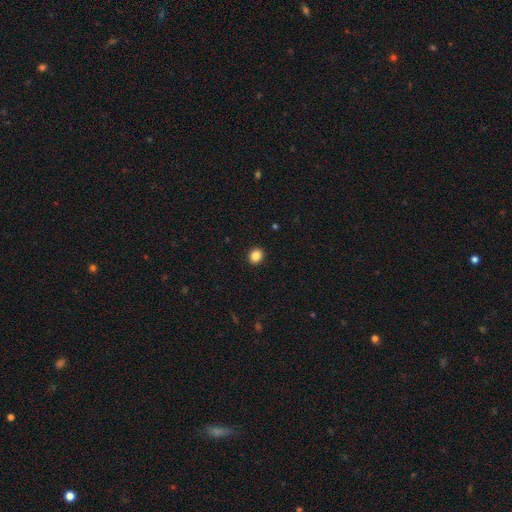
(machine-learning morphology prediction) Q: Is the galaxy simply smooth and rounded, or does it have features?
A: smooth — 86%.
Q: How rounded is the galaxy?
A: round — 76%.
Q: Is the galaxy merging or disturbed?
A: none — 93%.